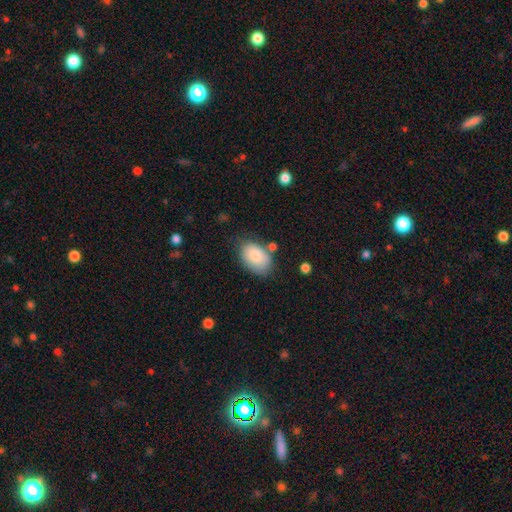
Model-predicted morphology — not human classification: This appears to be a smooth galaxy with no disk features (84%) that is in between round and cigar-shaped (90%). Merging: none (66%).